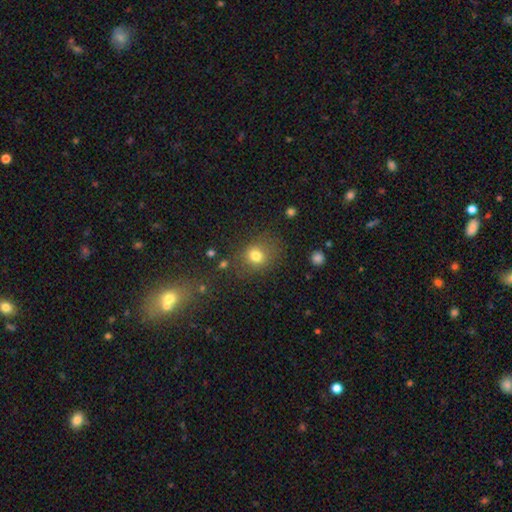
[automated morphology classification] Smooth or featured: smooth — 77% (star or artifact — 15%)
How rounded: round — 70% (in between — 29%)
Merging: none — 75% (minor disturbance — 14%)